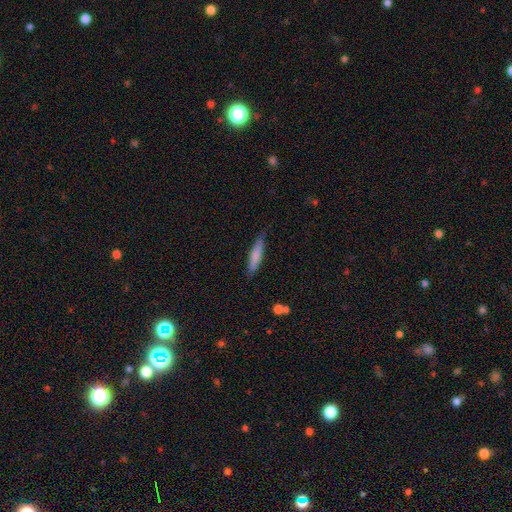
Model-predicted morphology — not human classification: Q: Smooth or featured?
A: smooth (74%); runner-up: featured or disk (20%)
Q: How rounded?
A: cigar-shaped (85%); runner-up: in between (14%)
Q: Merging?
A: none (78%); runner-up: minor disturbance (17%)